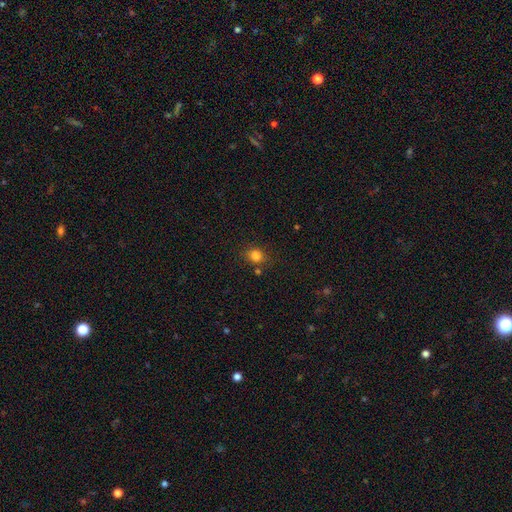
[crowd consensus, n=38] Smooth or featured? 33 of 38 (87%) said smooth. How rounded? 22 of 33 (67%) said round. Merging? 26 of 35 (74%) said none.